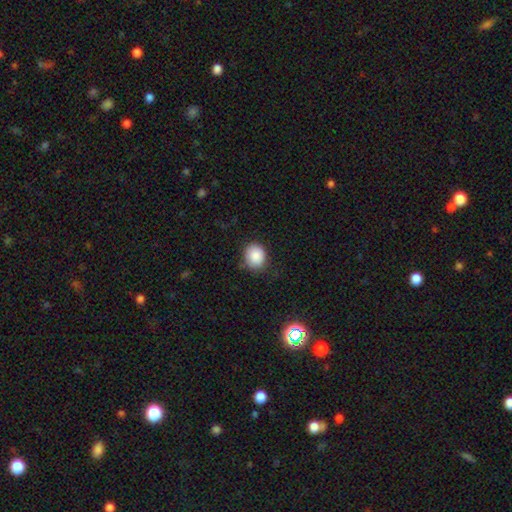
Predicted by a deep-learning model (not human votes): Smooth or featured? smooth (86%)
How rounded? round (69%)
Merging? none (76%)